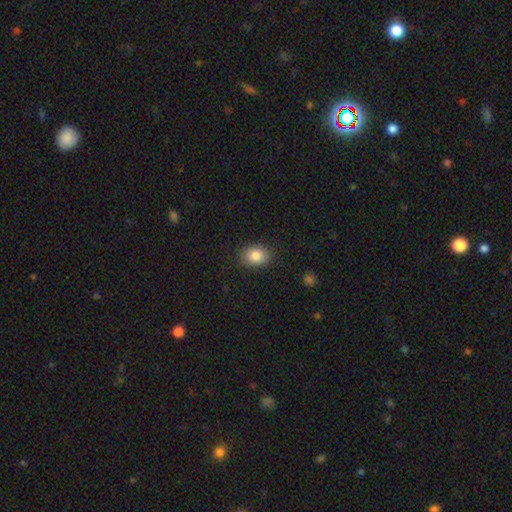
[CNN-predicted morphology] Smooth or featured?
  - smooth: 86% *
  - star or artifact: 8%
  - featured or disk: 6%
How rounded?
  - in between: 64% *
  - round: 35%
  - cigar-shaped: 1%
Merging?
  - none: 86% *
  - minor disturbance: 10%
  - major disturbance: 3%
  - merger: 1%